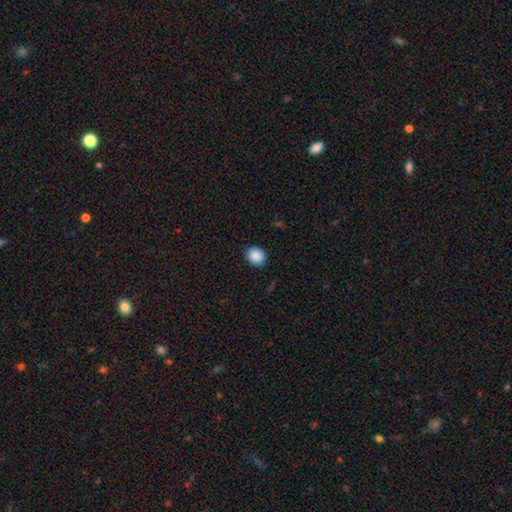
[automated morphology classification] A smooth galaxy with no disk features (89%) that is round (75%). Merging: none (90%).